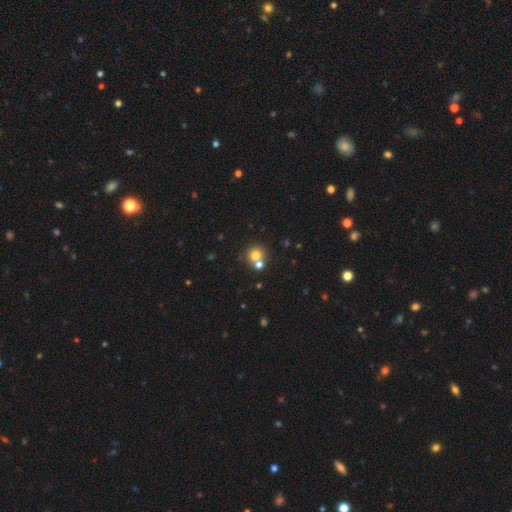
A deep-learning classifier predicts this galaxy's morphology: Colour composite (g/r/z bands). It shows a smooth galaxy with no disk features (74%) that is round (89%). Merging: none (54%).